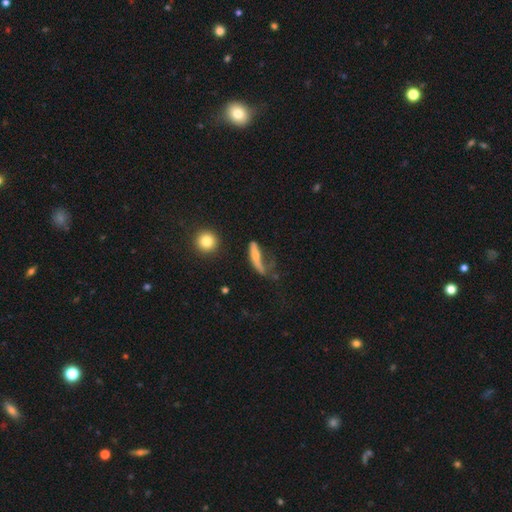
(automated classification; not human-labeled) A smooth galaxy with no disk features (53%) that is cigar-shaped (70%). Merging: major disturbance (39%).